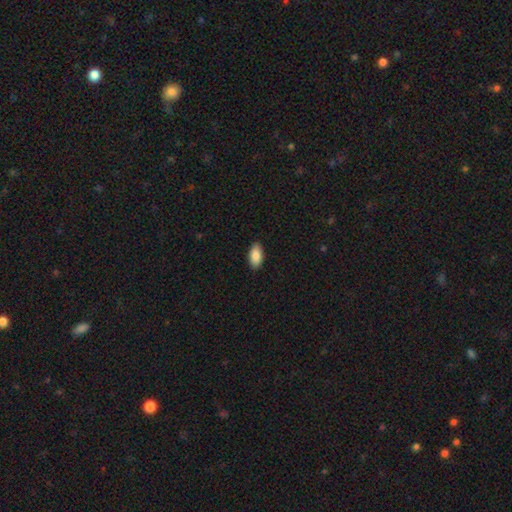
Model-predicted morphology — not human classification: type=smooth (88%); roundness=in between (94%); merging=none (90%).